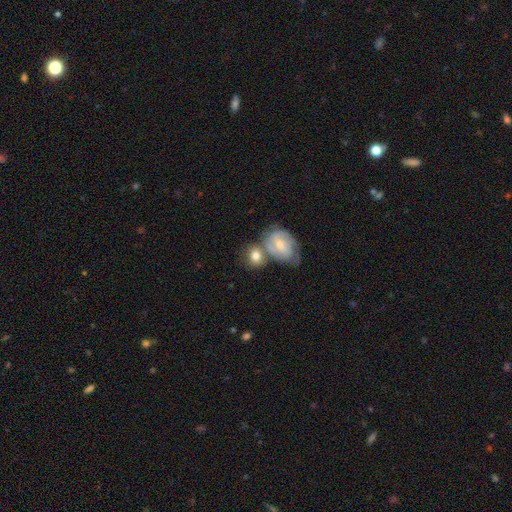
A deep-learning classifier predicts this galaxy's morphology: Smooth or featured? smooth (65%)
How rounded? round (58%)
Merging? none (42%)